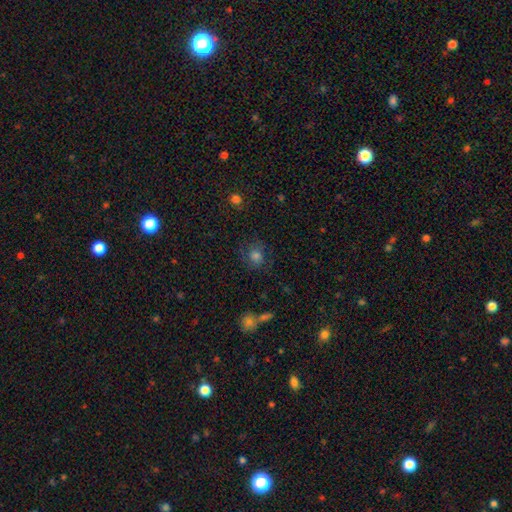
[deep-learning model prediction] This is likely a smooth galaxy (71%). How rounded: likely round (76%). Merging: likely none (74%).